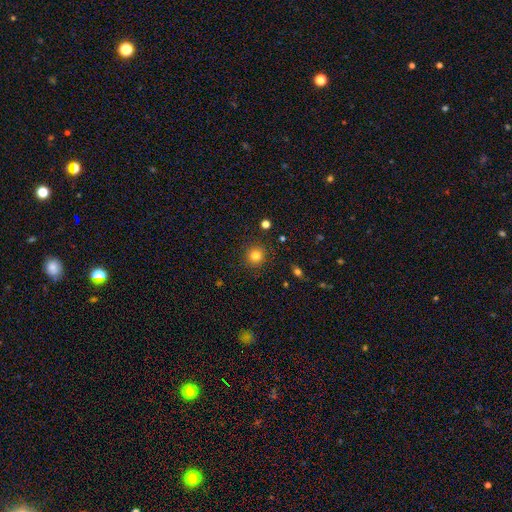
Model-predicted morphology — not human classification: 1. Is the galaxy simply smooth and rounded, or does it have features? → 82% smooth, 13% star or artifact, 6% featured or disk.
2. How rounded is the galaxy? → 92% round, 7% in between, 1% cigar-shaped.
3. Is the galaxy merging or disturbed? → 90% none, 6% minor disturbance, 2% major disturbance, 1% merger.